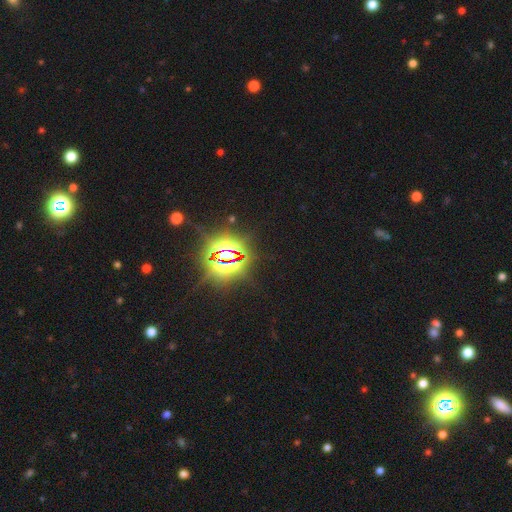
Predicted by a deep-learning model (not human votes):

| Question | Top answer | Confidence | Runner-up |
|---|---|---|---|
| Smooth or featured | star or artifact | 84% | smooth (8%) |